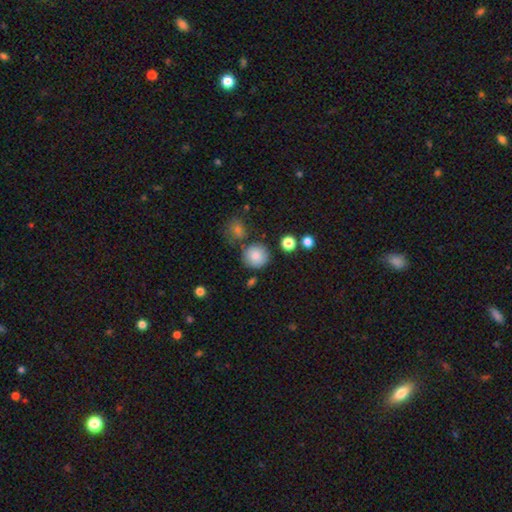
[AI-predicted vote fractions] smooth_or_featured: smooth (p=0.85) [alt: star or artifact p=0.09]
how_rounded: round (p=0.92) [alt: in between p=0.07]
merging: none (p=0.77) [alt: minor disturbance p=0.12]